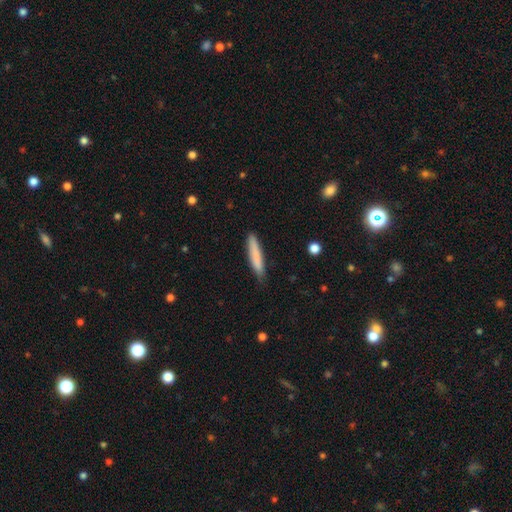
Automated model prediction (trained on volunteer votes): The model was most divided on "merging": none: 81%, minor disturbance: 16%, major disturbance: 2%, merger: 1%. More confident: how rounded — cigar-shaped (91%); smooth or featured — smooth (81%).